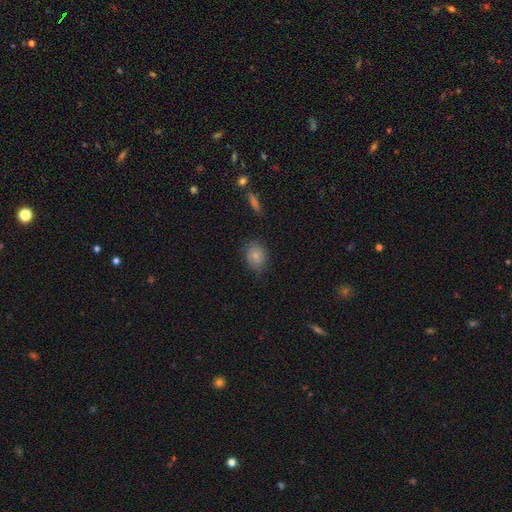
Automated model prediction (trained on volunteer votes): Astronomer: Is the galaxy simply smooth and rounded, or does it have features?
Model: smooth — 81%.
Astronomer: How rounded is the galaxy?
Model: in between — 57% (runner-up: round, 42%).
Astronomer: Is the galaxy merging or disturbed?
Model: none — 75%.